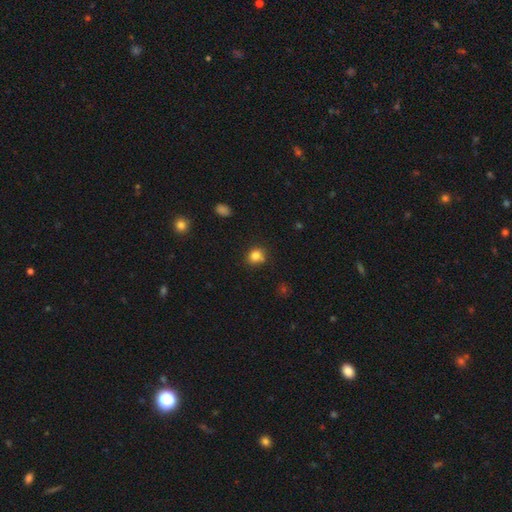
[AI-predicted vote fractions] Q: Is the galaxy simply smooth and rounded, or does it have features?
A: smooth — 81%.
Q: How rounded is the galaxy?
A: round — 72%.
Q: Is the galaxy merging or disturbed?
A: none — 72%.